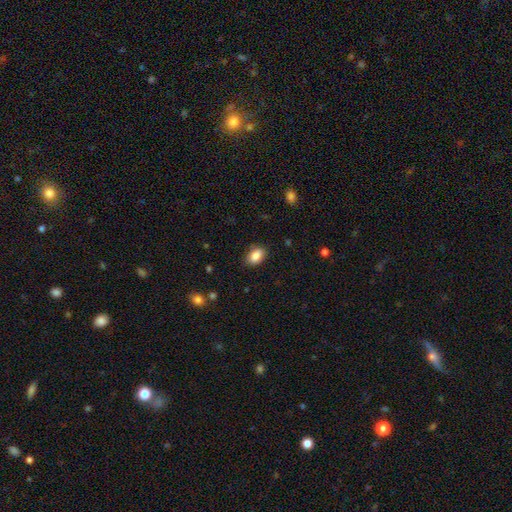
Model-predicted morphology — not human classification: smooth_or_featured: smooth (p=0.87) [alt: star or artifact p=0.08]
how_rounded: in between (p=0.84) [alt: round p=0.15]
merging: none (p=0.85) [alt: minor disturbance p=0.11]